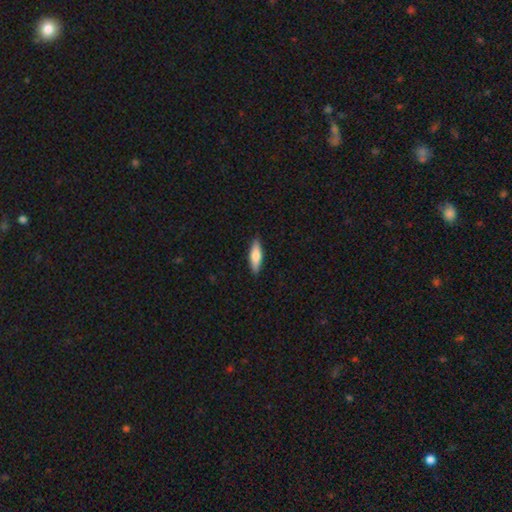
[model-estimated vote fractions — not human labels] Smooth or featured: smooth — 69% (featured or disk — 25%)
How rounded: cigar-shaped — 58% (in between — 40%)
Merging: none — 89% (minor disturbance — 8%)